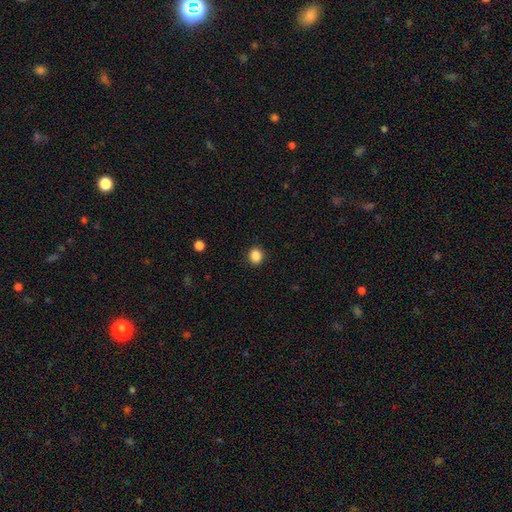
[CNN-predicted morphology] Smooth or featured? Predicted: smooth (p=0.87). How rounded? Predicted: round (p=0.68). Merging? Predicted: none (p=0.91).